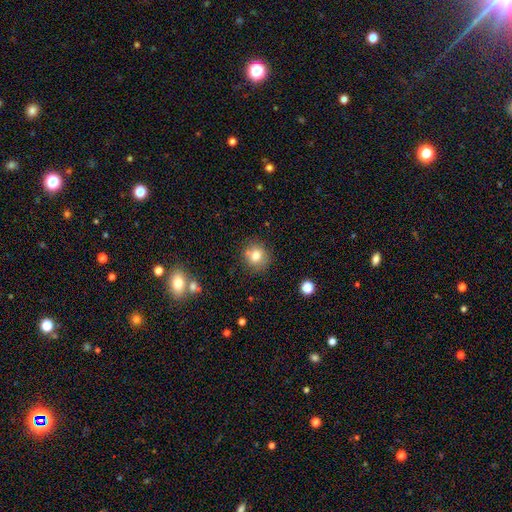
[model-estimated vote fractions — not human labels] Smooth or featured? smooth (78%)
How rounded? round (85%)
Merging? none (77%)